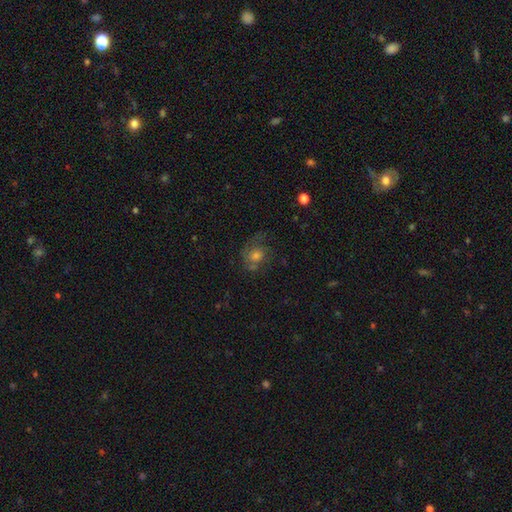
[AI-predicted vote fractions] This is possibly a featured or disk galaxy (52%). It is clearly not viewed edge-on (97%). Bar: likely no (78%). Spiral arm pattern: clearly yes (81%). Central bulge: possibly moderate (58%). Merging: possibly none (56%).